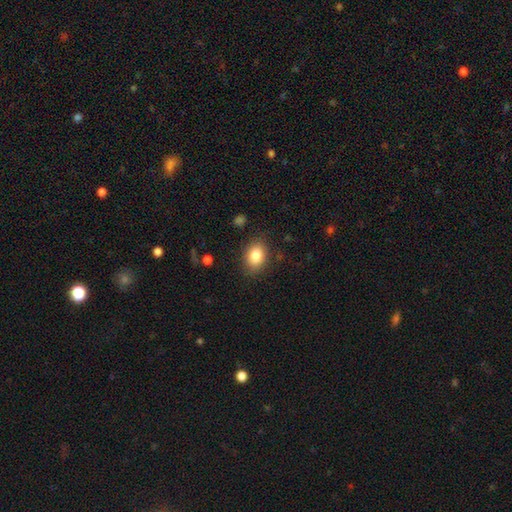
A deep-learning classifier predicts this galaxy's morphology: Overall: smooth (84%). How rounded: in between (71%). Merging: none (84%).